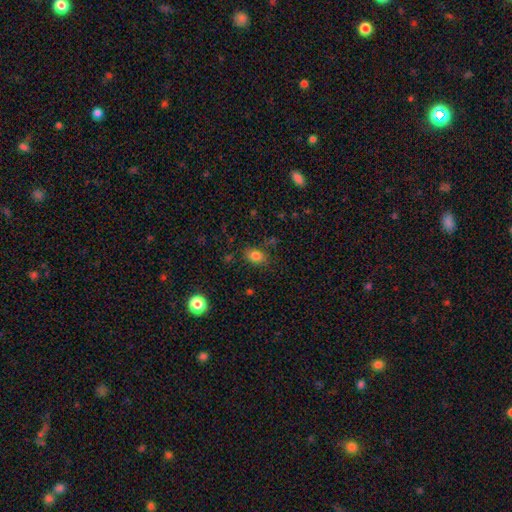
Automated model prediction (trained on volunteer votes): Smooth or featured: smooth — 82% (star or artifact — 12%)
How rounded: in between — 73% (round — 26%)
Merging: none — 80% (minor disturbance — 14%)